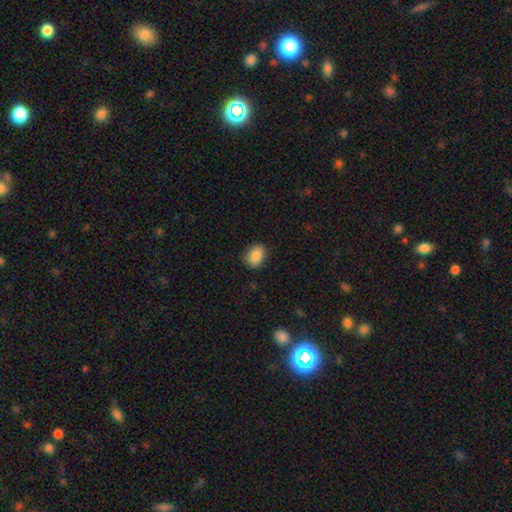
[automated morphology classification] This is clearly a smooth galaxy (87%). How rounded: likely in between (66%). Merging: clearly none (85%).